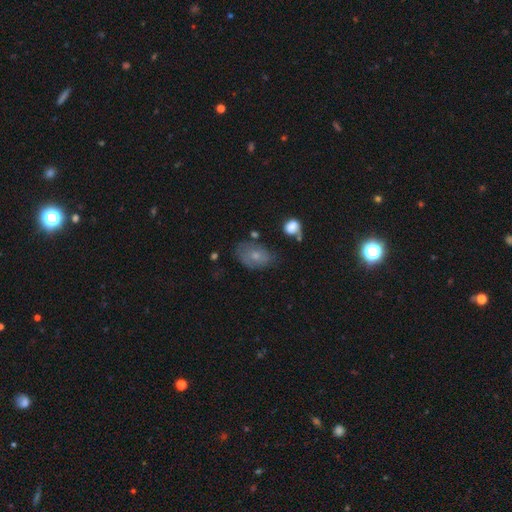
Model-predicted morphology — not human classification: smooth-or-featured: smooth: 61% | featured or disk: 28% | star or artifact: 11%
  how-rounded: in between: 81% | round: 18% | cigar-shaped: 1%
  merging: none: 54% | minor disturbance: 30% | major disturbance: 12% | merger: 4%